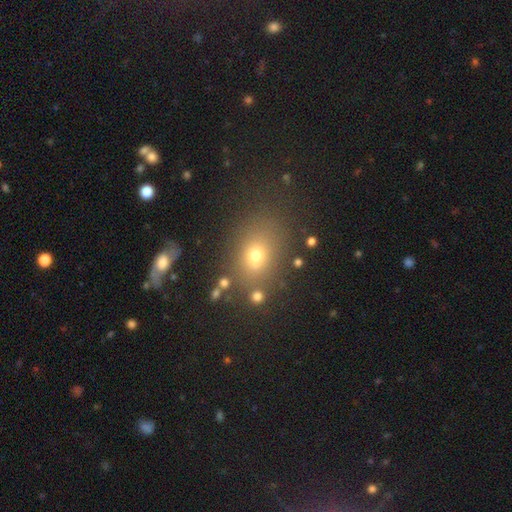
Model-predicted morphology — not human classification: A smooth galaxy with no disk features (66%) that is in between round and cigar-shaped (62%).

Vote fractions:
- Smooth or featured? smooth: 66% / star or artifact: 22% / featured or disk: 13%
- How rounded? in between: 62% / round: 36% / cigar-shaped: 2%
- Merging? none: 78% / minor disturbance: 12% / merger: 6% / major disturbance: 5%